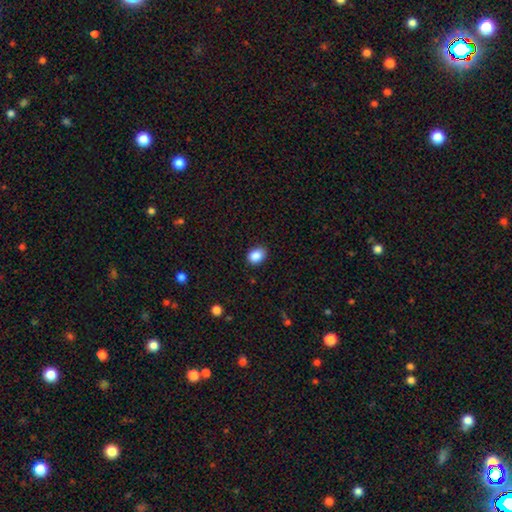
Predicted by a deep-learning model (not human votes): Smooth or featured? Predicted: smooth (p=0.88). How rounded? Predicted: in between (p=0.62). Merging? Predicted: none (p=0.82).